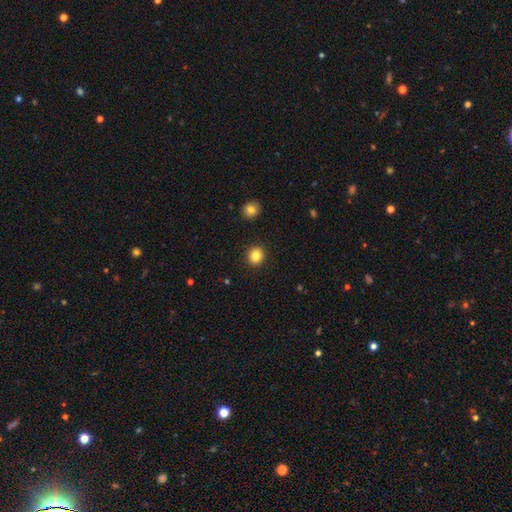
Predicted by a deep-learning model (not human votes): Smooth or featured?
  - smooth: 84% *
  - star or artifact: 11%
  - featured or disk: 5%
How rounded?
  - round: 81% *
  - in between: 18%
  - cigar-shaped: 1%
Merging?
  - none: 92% *
  - minor disturbance: 5%
  - major disturbance: 2%
  - merger: 1%